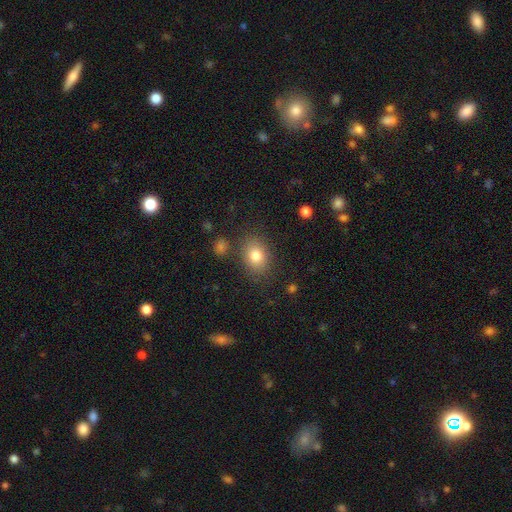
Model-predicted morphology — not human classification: smooth 81%, star or artifact 10%, featured or disk 9%. Down the decision tree: how rounded — in between (59%); merging — none (81%).